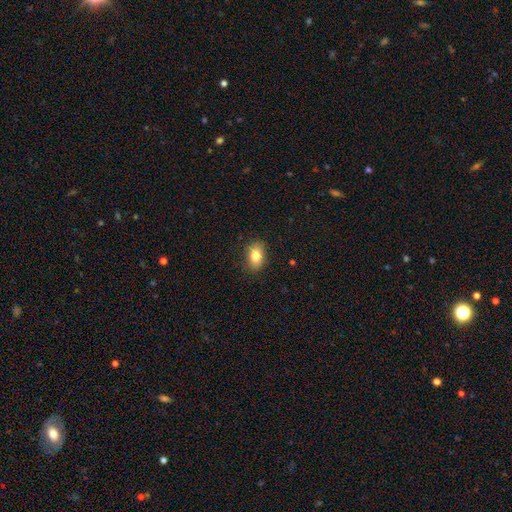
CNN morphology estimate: A smooth galaxy with no disk features (83%) that is in between round and cigar-shaped (84%). Merging: none (86%).